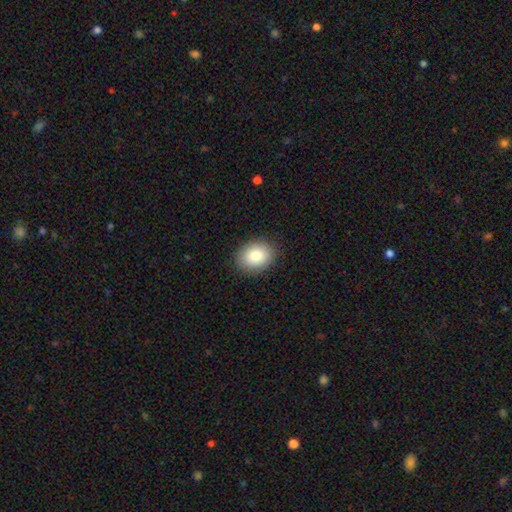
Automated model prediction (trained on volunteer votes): A smooth galaxy with no disk features (84%) that is in between round and cigar-shaped (58%).

Vote fractions:
- Smooth or featured? smooth: 84% / star or artifact: 8% / featured or disk: 8%
- How rounded? in between: 58% / round: 42% / cigar-shaped: 1%
- Merging? none: 89% / minor disturbance: 8% / major disturbance: 2% / merger: 1%